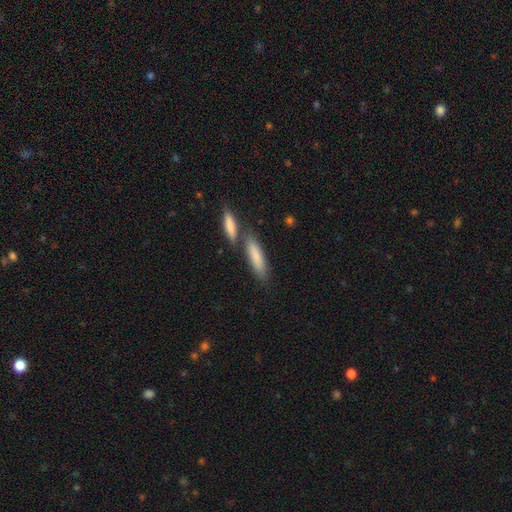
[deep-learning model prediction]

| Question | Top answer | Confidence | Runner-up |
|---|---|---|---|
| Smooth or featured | smooth | 82% | featured or disk (12%) |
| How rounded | cigar-shaped | 65% | in between (33%) |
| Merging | none | 59% | merger (27%) |